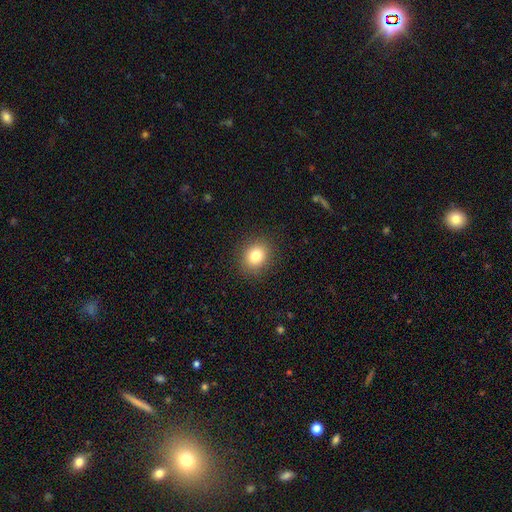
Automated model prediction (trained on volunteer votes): Smooth or featured? Predicted: smooth (p=0.81). How rounded? Predicted: round (p=0.67). Merging? Predicted: none (p=0.89).